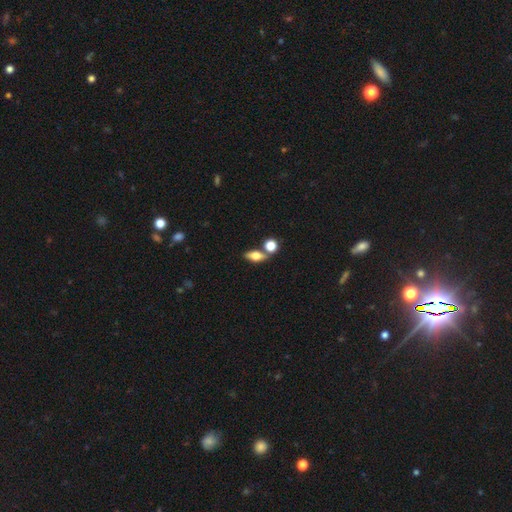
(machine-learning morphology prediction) A smooth galaxy with no disk features (64%) that is in between round and cigar-shaped (72%). Merging: none (66%).